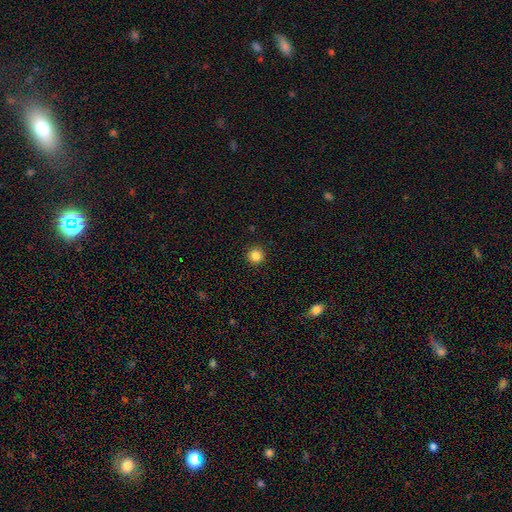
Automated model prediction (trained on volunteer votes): Smooth or featured? smooth (85%)
How rounded? round (95%)
Merging? none (93%)